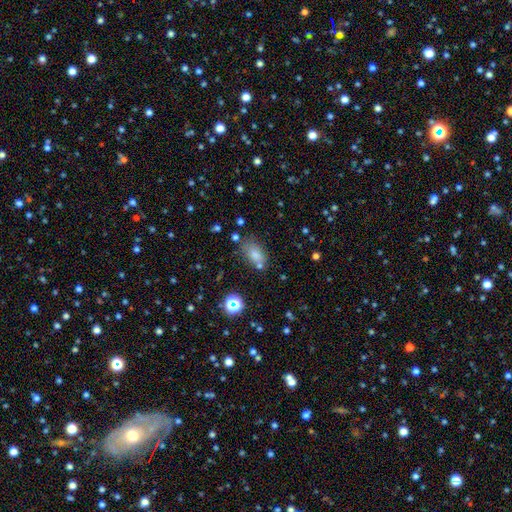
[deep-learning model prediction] Smooth or featured? Predicted: smooth (p=0.75). How rounded? Predicted: in between (p=0.84). Merging? Predicted: none (p=0.60).